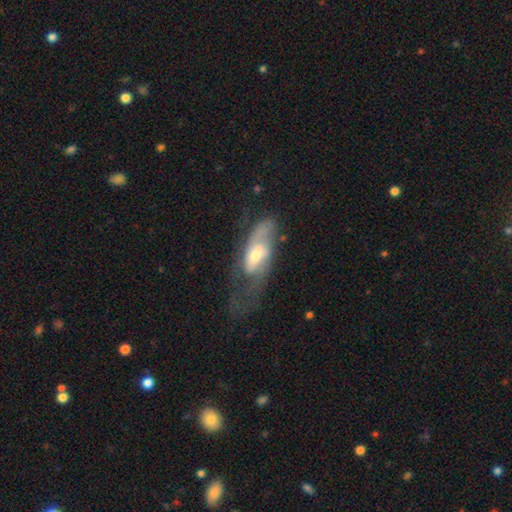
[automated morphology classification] Q: Smooth or featured?
A: featured or disk (59%); runner-up: smooth (34%)
Q: Edge-on disk?
A: no (84%); runner-up: yes (16%)
Q: Bar?
A: no (50%); runner-up: weak (38%)
Q: Spiral arms?
A: yes (71%); runner-up: no (29%)
Q: Bulge size?
A: moderate (54%); runner-up: small (34%)
Q: Merging?
A: major disturbance (42%); runner-up: none (32%)